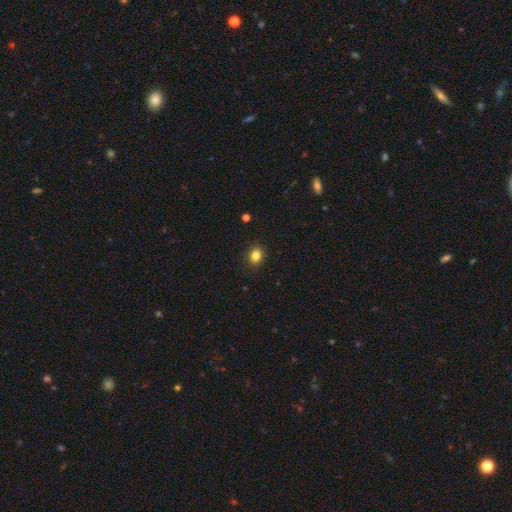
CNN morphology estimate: Smooth or featured? Predicted: smooth (p=0.84). How rounded? Predicted: round (p=0.55). Merging? Predicted: none (p=0.89).